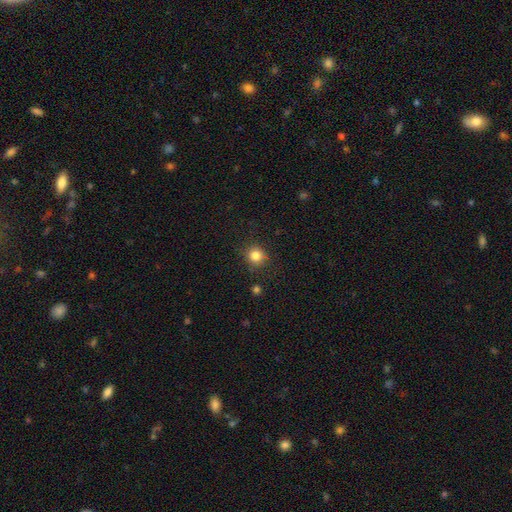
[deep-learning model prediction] Smooth or featured: smooth — 83% (star or artifact — 12%)
How rounded: round — 89% (in between — 10%)
Merging: none — 87% (minor disturbance — 9%)